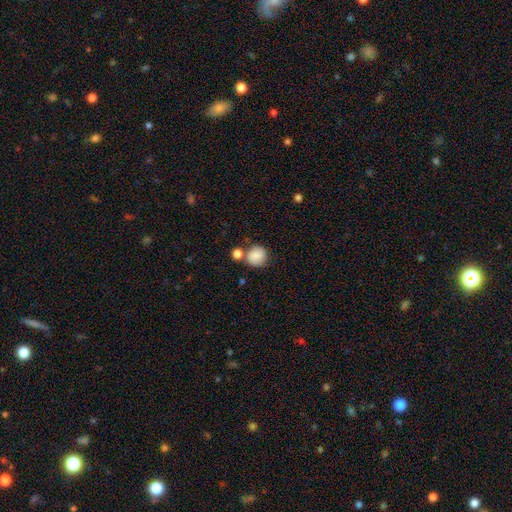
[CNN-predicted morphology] type=smooth (82%); roundness=round (87%); merging=none (58%).